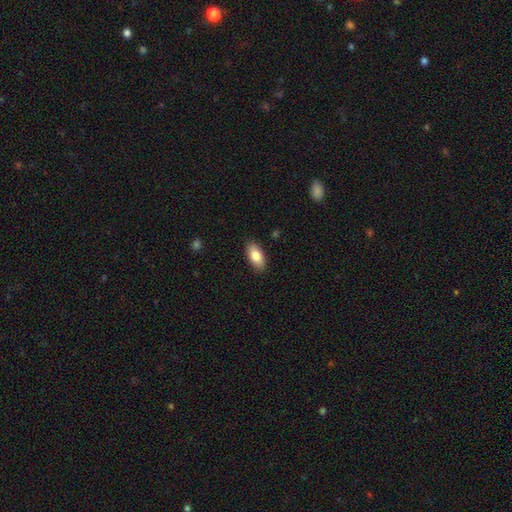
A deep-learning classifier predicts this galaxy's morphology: smooth 83%, featured or disk 10%, star or artifact 6%. Down the decision tree: how rounded — in between (92%); merging — none (89%).